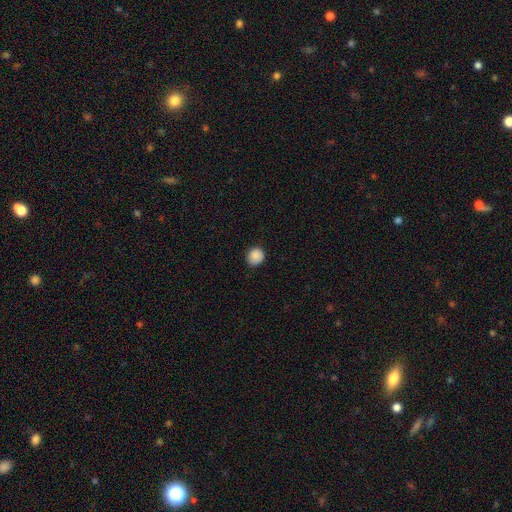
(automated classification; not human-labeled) Smooth or featured: smooth — 88% (star or artifact — 9%)
How rounded: round — 88% (in between — 11%)
Merging: none — 86% (minor disturbance — 11%)